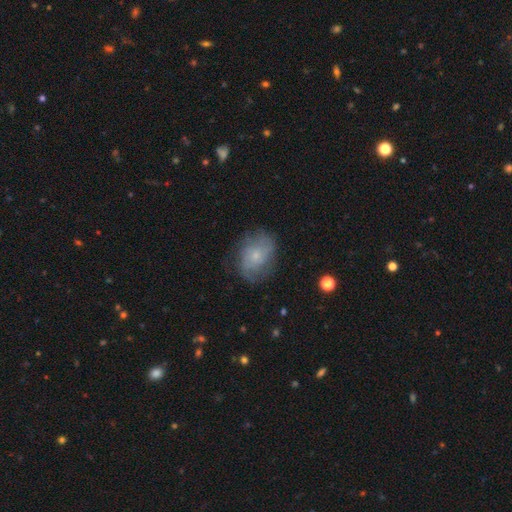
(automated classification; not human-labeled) This is possibly a featured or disk galaxy (50%). It is clearly not viewed edge-on (97%). Merging: likely none (66%).